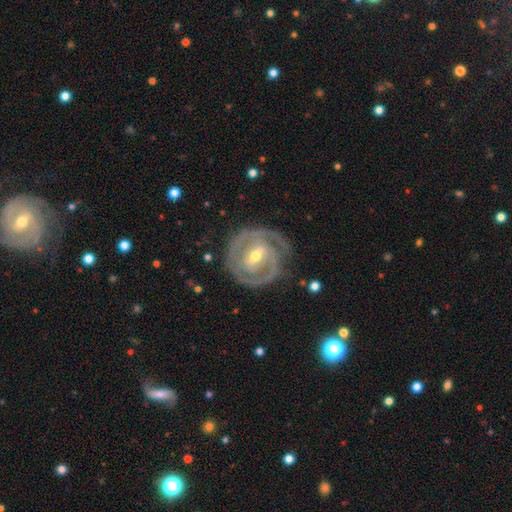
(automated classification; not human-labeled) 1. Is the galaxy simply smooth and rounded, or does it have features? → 89% featured or disk, 7% smooth, 4% star or artifact.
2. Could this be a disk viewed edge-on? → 97% no, 3% yes.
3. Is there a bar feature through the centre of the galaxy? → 46% weak, 35% strong, 19% no.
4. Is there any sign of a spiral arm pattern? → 95% yes, 5% no.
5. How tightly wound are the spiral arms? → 74% tight, 22% medium, 4% loose.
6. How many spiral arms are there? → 62% 2, 14% 3, 13% can't tell, 5% 1, 3% 4, 3% more than 4.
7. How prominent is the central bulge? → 58% moderate, 38% small, 2% large, 1% none, 1% dominant.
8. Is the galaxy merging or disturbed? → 78% none, 15% minor disturbance, 6% major disturbance, 2% merger.